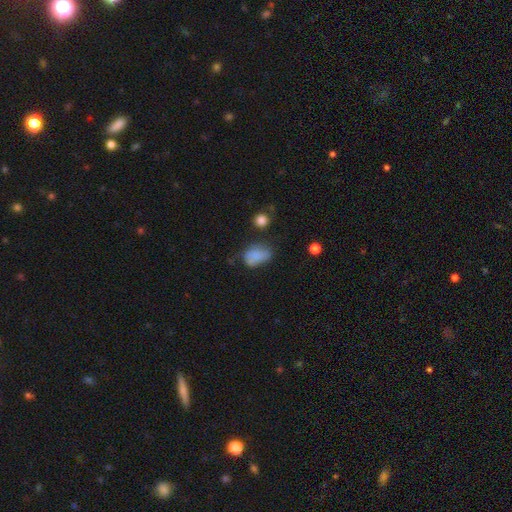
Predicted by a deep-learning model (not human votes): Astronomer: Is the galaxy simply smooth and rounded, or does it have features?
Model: smooth — 72%.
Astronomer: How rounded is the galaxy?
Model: in between — 79%.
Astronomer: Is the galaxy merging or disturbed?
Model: none — 41% (runner-up: minor disturbance, 35%).